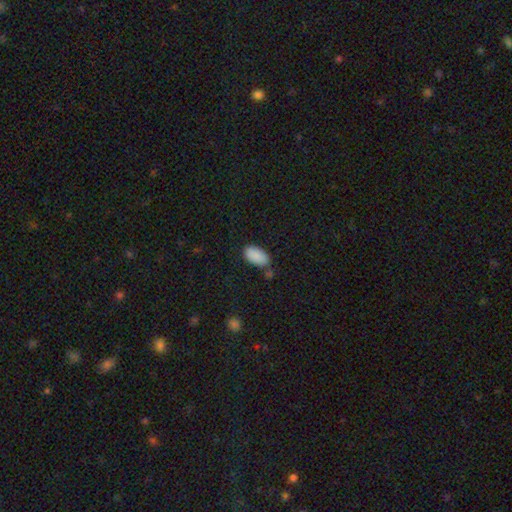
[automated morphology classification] A smooth galaxy with no disk features (89%) that is in between round and cigar-shaped (95%). Merging: none (74%).